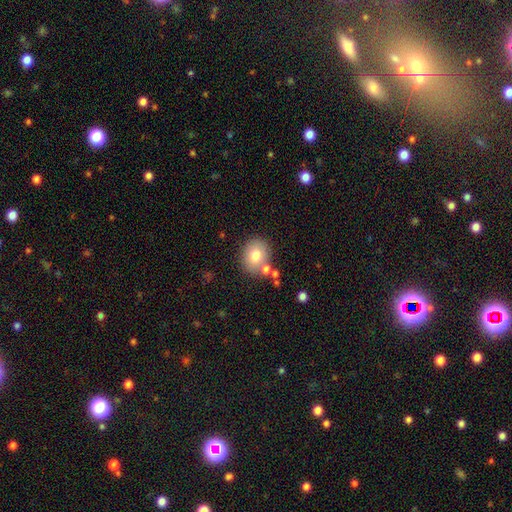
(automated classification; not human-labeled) Smooth or featured? smooth (75%)
How rounded? round (68%)
Merging? none (72%)